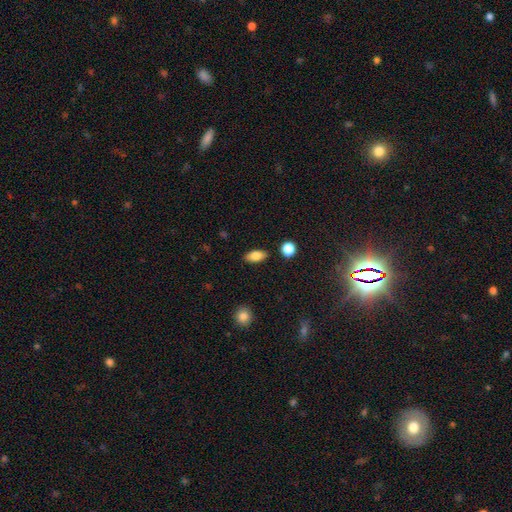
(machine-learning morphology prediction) The model was most divided on "smooth or featured": smooth: 83%, featured or disk: 9%, star or artifact: 8%. More confident: how rounded — in between (89%); merging — none (87%).